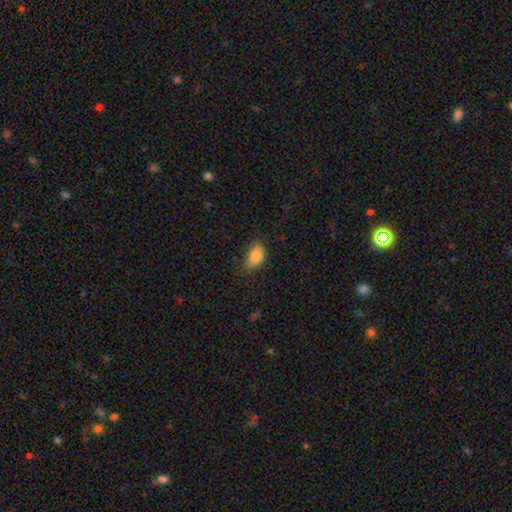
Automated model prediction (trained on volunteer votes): Smooth or featured? Predicted: smooth (p=0.84). How rounded? Predicted: in between (p=0.88). Merging? Predicted: none (p=0.60).